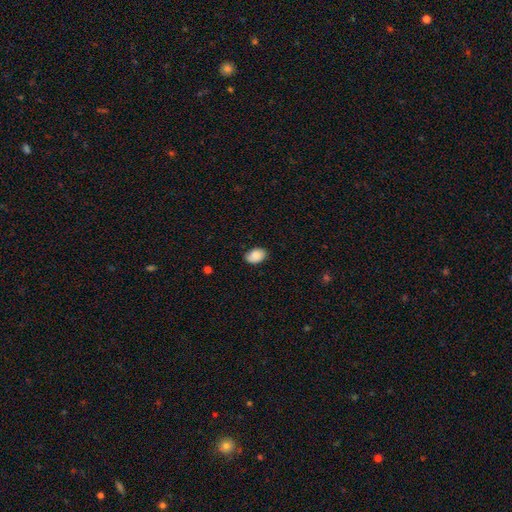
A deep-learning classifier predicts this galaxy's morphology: A smooth galaxy with no disk features (88%) that is in between round and cigar-shaped (88%).

Vote fractions:
- Smooth or featured? smooth: 88% / star or artifact: 7% / featured or disk: 6%
- How rounded? in between: 88% / round: 11% / cigar-shaped: 1%
- Merging? none: 83% / minor disturbance: 14% / major disturbance: 2% / merger: 1%